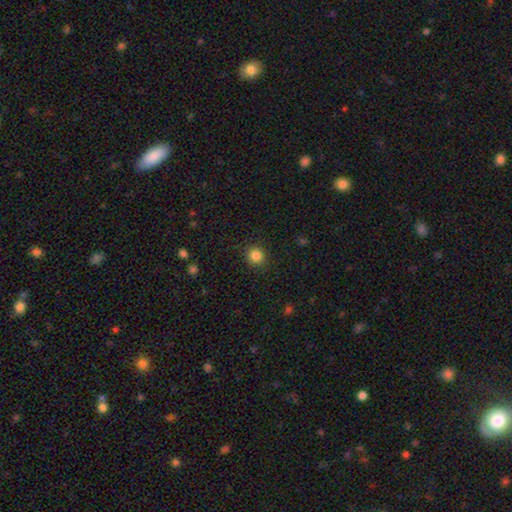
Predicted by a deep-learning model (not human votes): smooth-or-featured: smooth: 85% | star or artifact: 11% | featured or disk: 4%
  how-rounded: round: 90% | in between: 9% | cigar-shaped: 1%
  merging: none: 90% | minor disturbance: 7% | major disturbance: 2% | merger: 1%